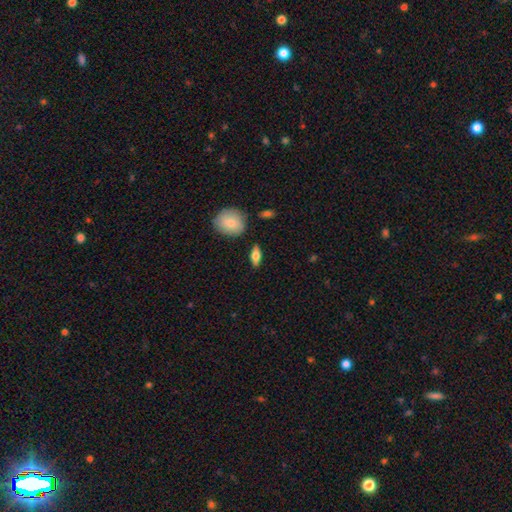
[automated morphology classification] Smooth or featured: smooth — 64% (featured or disk — 29%)
How rounded: in between — 71% (cigar-shaped — 22%)
Merging: none — 86% (minor disturbance — 9%)